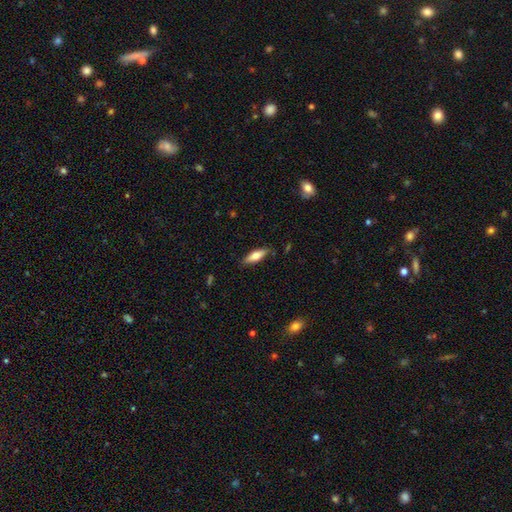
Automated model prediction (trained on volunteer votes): smooth 64%, featured or disk 30%, star or artifact 6%. Down the decision tree: how rounded — in between (54%); merging — none (83%).